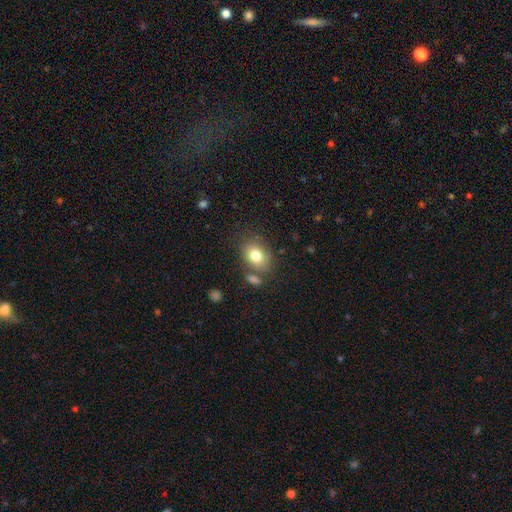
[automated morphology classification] type=smooth (78%); roundness=in between (63%); merging=none (69%).